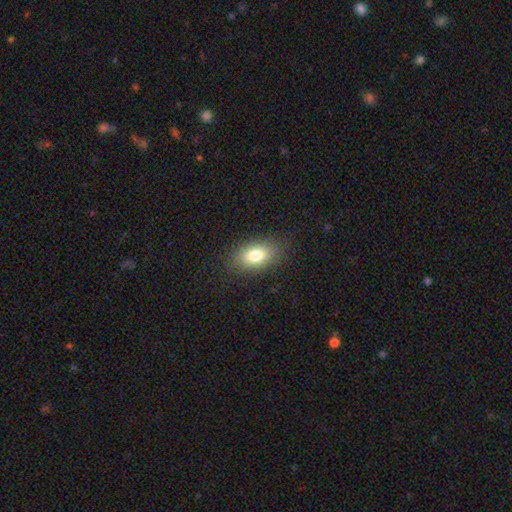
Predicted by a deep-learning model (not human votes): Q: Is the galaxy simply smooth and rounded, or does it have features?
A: smooth — 80%.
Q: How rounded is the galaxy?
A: in between — 89%.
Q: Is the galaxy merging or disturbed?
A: none — 84%.